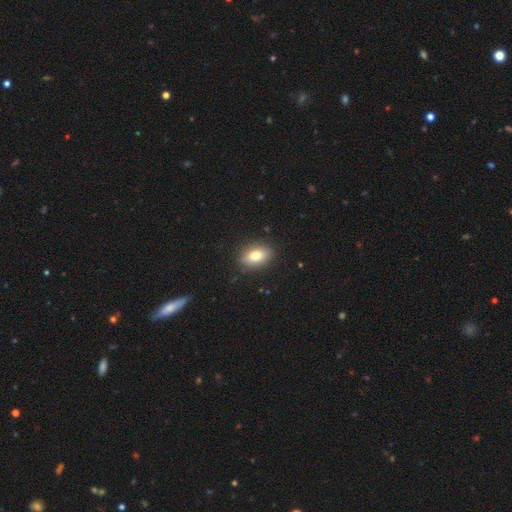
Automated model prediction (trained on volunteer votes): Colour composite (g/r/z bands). It shows a smooth galaxy with no disk features (78%) that is in between round and cigar-shaped (84%). Merging: none (87%).